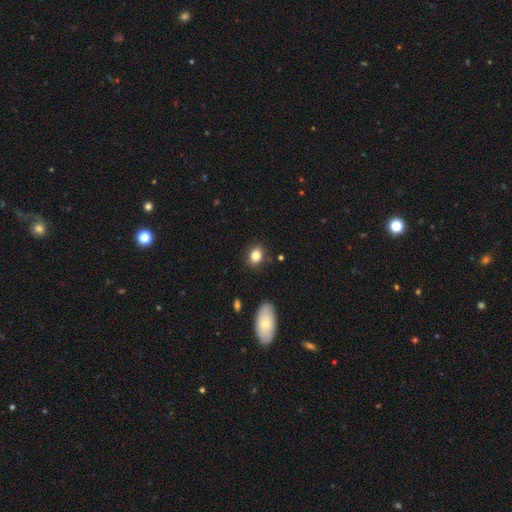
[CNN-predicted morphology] The model was most divided on "how rounded": in between: 51%, round: 48%, cigar-shaped: 1%. More confident: merging — none (85%); smooth or featured — smooth (83%).